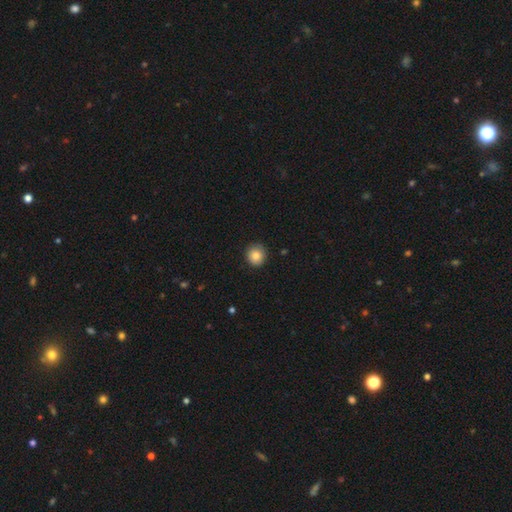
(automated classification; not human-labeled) A smooth galaxy with no disk features (84%) that is round (91%). Merging: none (88%).